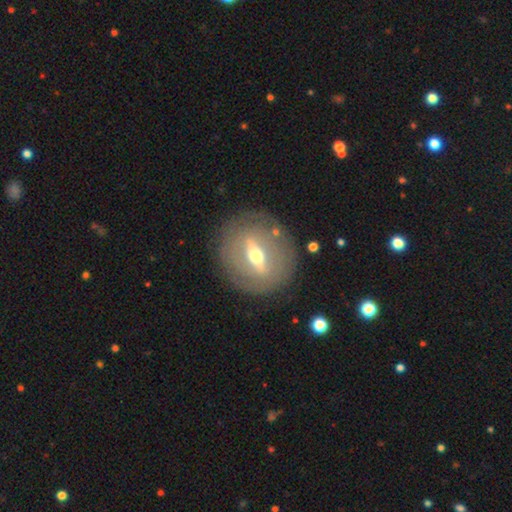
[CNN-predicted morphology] Overall: featured or disk (76%). Edge-on disk: no (71%). Bar: strong (66%). Spiral arms: no (71%). Bulge size: moderate (68%). Merging: none (83%).